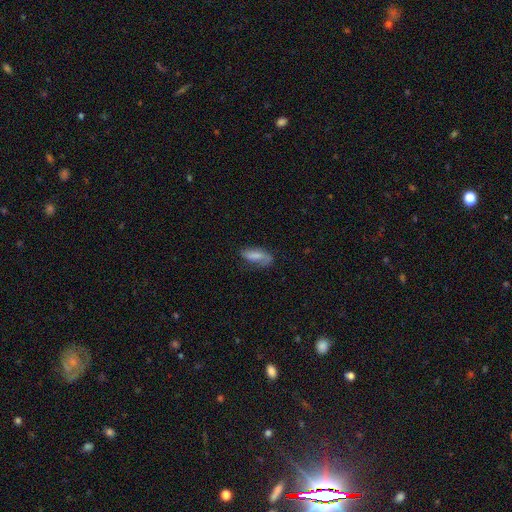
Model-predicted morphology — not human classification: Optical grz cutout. It shows a smooth galaxy with no disk features (68%) that is in between round and cigar-shaped (73%). Merging: none (56%).